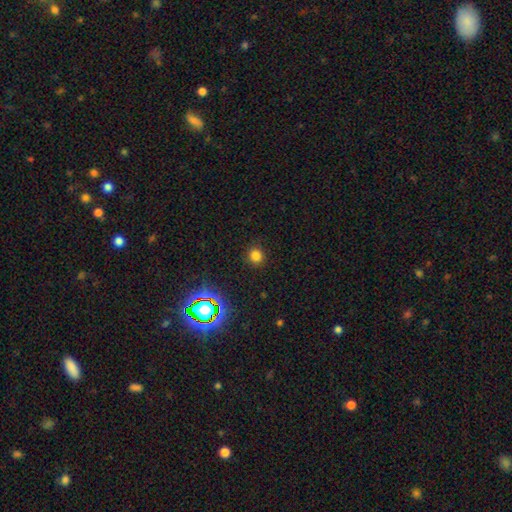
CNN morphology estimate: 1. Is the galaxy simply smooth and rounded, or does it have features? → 76% smooth, 19% star or artifact, 5% featured or disk.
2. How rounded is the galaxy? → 90% round, 9% in between, 1% cigar-shaped.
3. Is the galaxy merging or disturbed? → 89% none, 7% minor disturbance, 3% major disturbance, 1% merger.